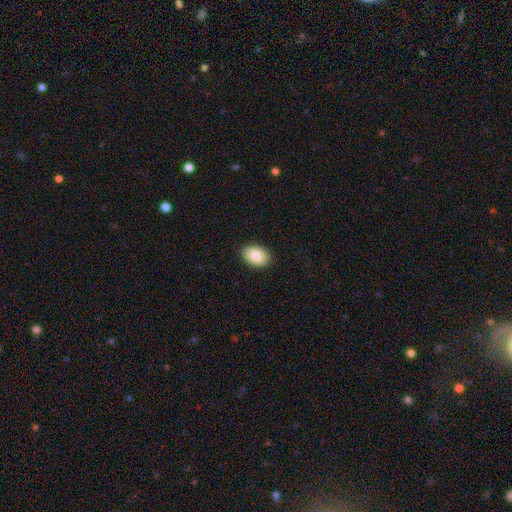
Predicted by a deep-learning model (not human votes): Q: Smooth or featured?
A: smooth (85%); runner-up: featured or disk (8%)
Q: How rounded?
A: in between (85%); runner-up: round (14%)
Q: Merging?
A: none (89%); runner-up: minor disturbance (8%)